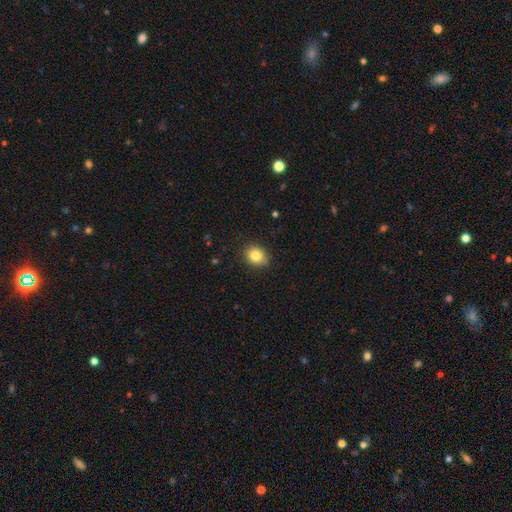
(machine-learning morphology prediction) Smooth or featured?
  - smooth: 82% *
  - star or artifact: 10%
  - featured or disk: 8%
How rounded?
  - round: 62% *
  - in between: 37%
  - cigar-shaped: 1%
Merging?
  - none: 86% *
  - minor disturbance: 10%
  - major disturbance: 2%
  - merger: 1%